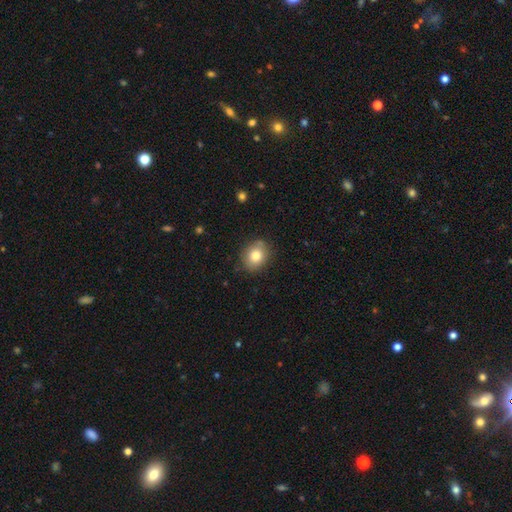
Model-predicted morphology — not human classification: A smooth galaxy with no disk features (80%) that is round (57%).

Vote fractions:
- Smooth or featured? smooth: 80% / featured or disk: 11% / star or artifact: 9%
- How rounded? round: 57% / in between: 43% / cigar-shaped: 1%
- Merging? none: 82% / minor disturbance: 13% / major disturbance: 3% / merger: 2%